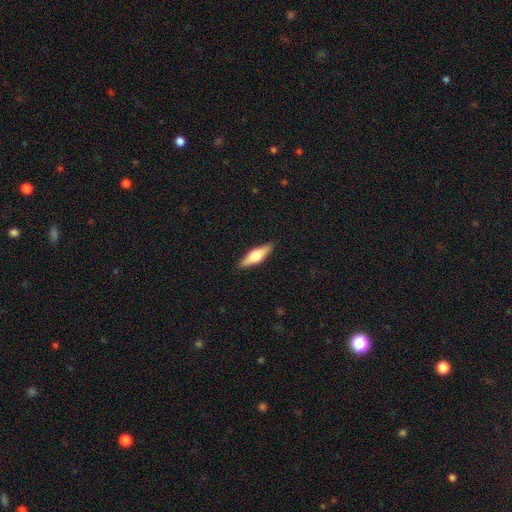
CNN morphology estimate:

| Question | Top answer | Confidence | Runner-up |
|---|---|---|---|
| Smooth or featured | featured or disk | 51% | smooth (44%) |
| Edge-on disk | yes | 94% | no (6%) |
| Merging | none | 90% | minor disturbance (8%) |